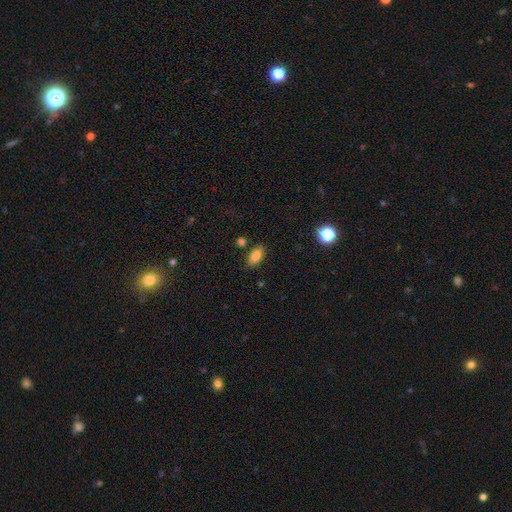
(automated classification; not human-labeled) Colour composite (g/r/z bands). It shows a smooth galaxy with no disk features (81%) that is in between round and cigar-shaped (89%). Merging: none (83%).